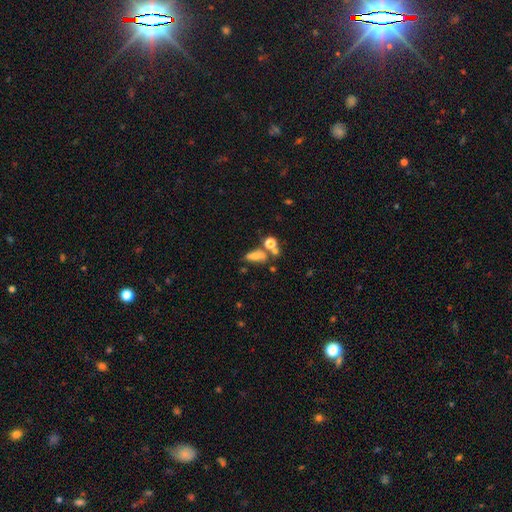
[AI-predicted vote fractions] smooth_or_featured: smooth (p=0.63) [alt: featured or disk p=0.21]
how_rounded: in between (p=0.70) [alt: cigar-shaped p=0.16]
merging: none (p=0.45) [alt: merger p=0.29]